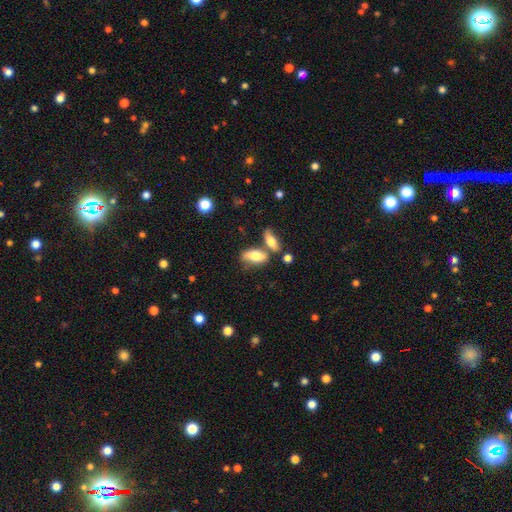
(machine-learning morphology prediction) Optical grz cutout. It shows a smooth galaxy with no disk features (74%) that is in between round and cigar-shaped (77%). Merging: none (51%).